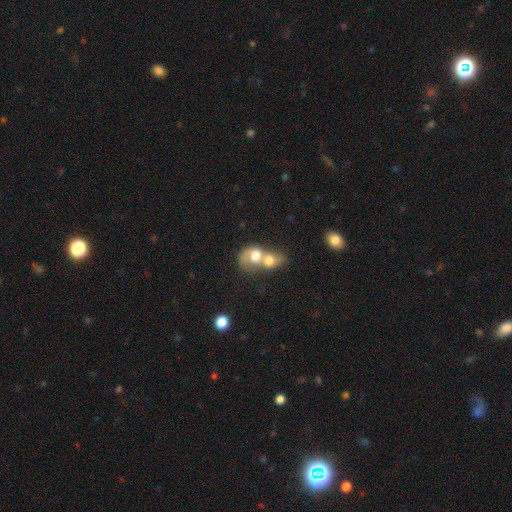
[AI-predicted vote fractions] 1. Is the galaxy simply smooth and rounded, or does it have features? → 55% smooth, 38% featured or disk, 8% star or artifact.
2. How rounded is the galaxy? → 53% in between, 45% round, 2% cigar-shaped.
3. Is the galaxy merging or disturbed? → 84% merger, 6% none, 6% major disturbance, 4% minor disturbance.